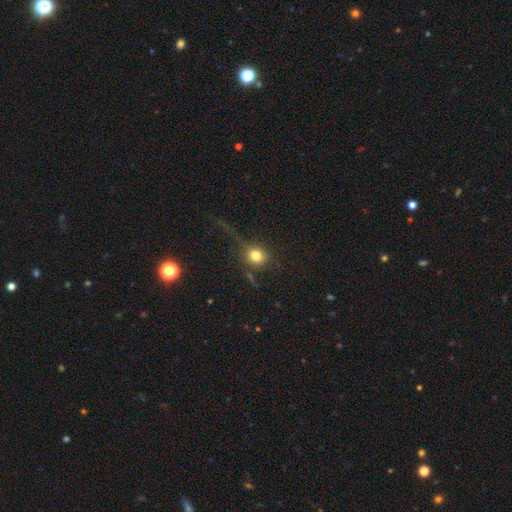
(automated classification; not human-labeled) Smooth or featured? Predicted: smooth (p=0.73). How rounded? Predicted: round (p=0.77). Merging? Predicted: none (p=0.57).